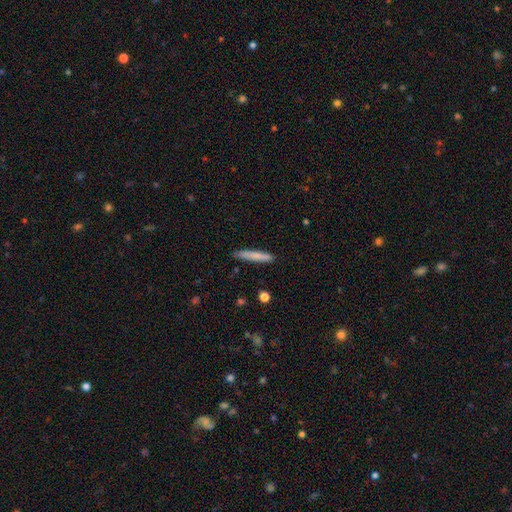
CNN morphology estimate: smooth 78%, featured or disk 16%, star or artifact 6%. Down the decision tree: how rounded — cigar-shaped (94%); merging — none (88%).